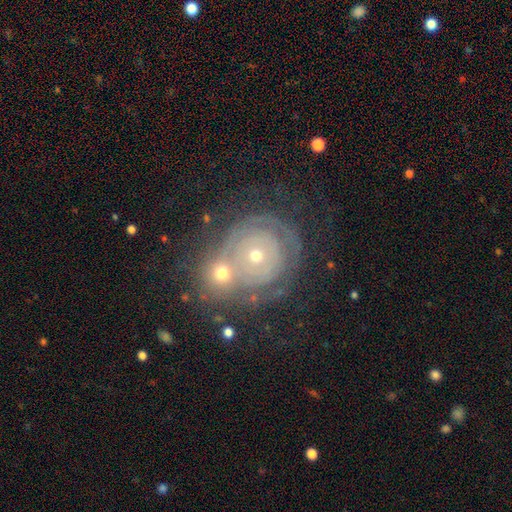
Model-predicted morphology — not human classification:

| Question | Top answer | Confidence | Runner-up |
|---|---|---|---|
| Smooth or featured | featured or disk | 78% | smooth (13%) |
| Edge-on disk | no | 97% | yes (3%) |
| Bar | no | 85% | weak (11%) |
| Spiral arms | yes | 85% | no (15%) |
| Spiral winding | tight | 84% | medium (12%) |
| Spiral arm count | can't tell | 42% | 2 (28%) |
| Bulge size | small | 65% | moderate (30%) |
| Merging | none | 48% | merger (33%) |